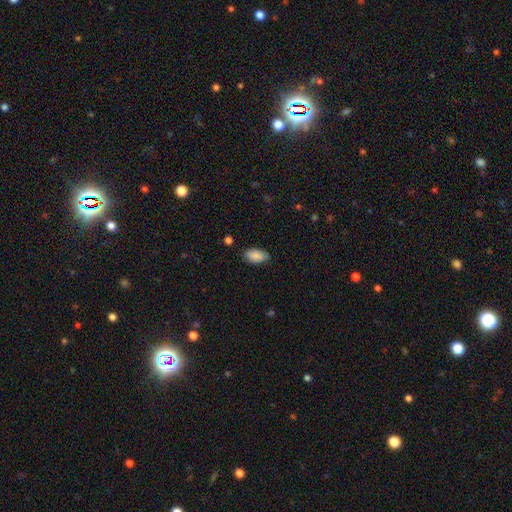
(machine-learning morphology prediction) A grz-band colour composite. It shows a smooth galaxy with no disk features (88%) that is in between round and cigar-shaped (94%). Merging: none (83%).